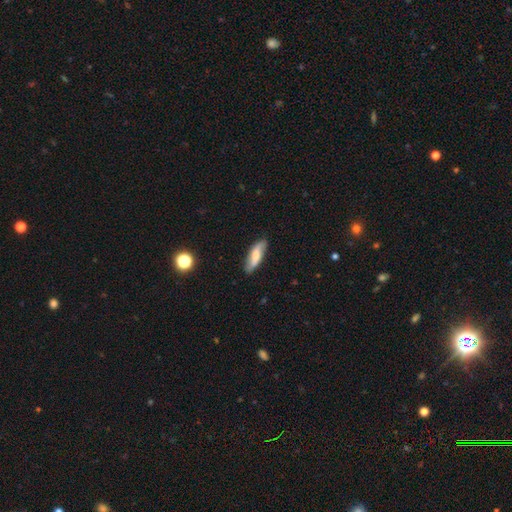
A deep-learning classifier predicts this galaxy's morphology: Overall: smooth (54%; featured or disk 39%). How rounded: in between (54%; cigar-shaped 44%). Merging: none (82%).